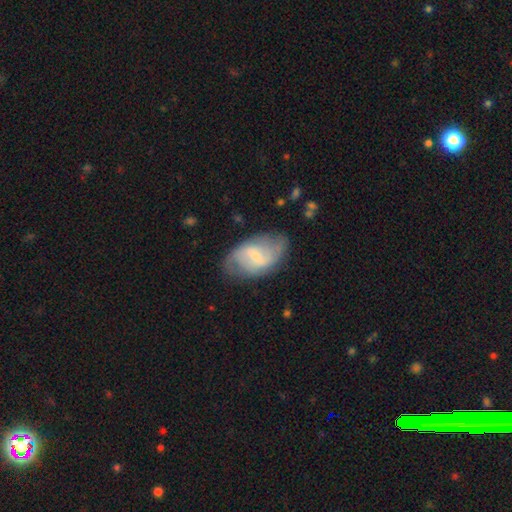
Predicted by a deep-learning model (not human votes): smooth-or-featured: featured or disk: 65% | smooth: 29% | star or artifact: 6%
  disk-edge-on: no: 96% | yes: 4%
    bar: weak: 56% | strong: 25% | no: 18%
    has-spiral-arms: yes: 82% | no: 18%
      spiral-winding: medium: 41% | loose: 40% | tight: 19%
      spiral-arm-count: 2: 77% | can't tell: 15% | 1: 3% | 3: 3% | 4: 1% | more than 4: 1%
    bulge-size: small: 56% | moderate: 30% | none: 10% | large: 3% | dominant: 1%
  merging: none: 68% | minor disturbance: 22% | major disturbance: 9% | merger: 2%